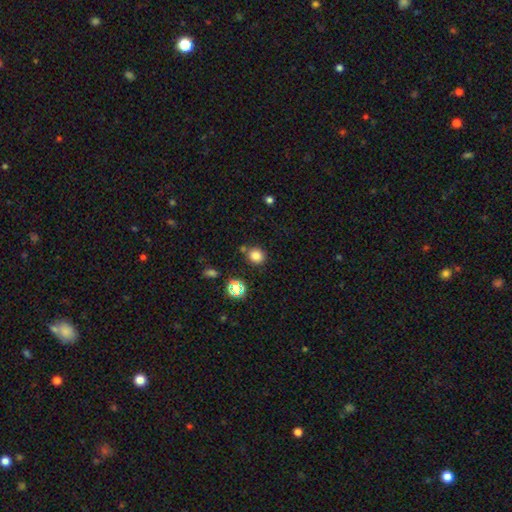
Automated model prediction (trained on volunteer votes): Morphology: type=smooth (79%); roundness=round (82%); merging=none (77%).